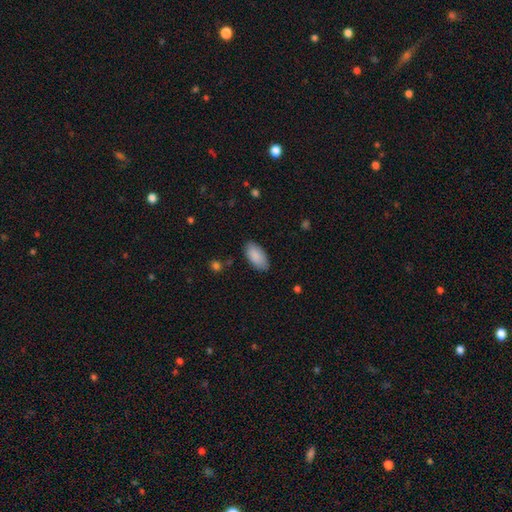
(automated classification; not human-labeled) Smooth or featured?
  - smooth: 89% *
  - star or artifact: 6%
  - featured or disk: 5%
How rounded?
  - in between: 94% *
  - cigar-shaped: 4%
  - round: 2%
Merging?
  - none: 85% *
  - minor disturbance: 11%
  - major disturbance: 2%
  - merger: 1%